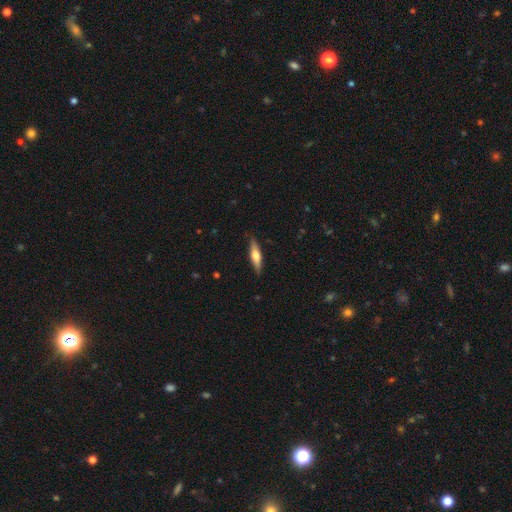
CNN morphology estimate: Smooth or featured? smooth (48%)
Merging? none (87%)